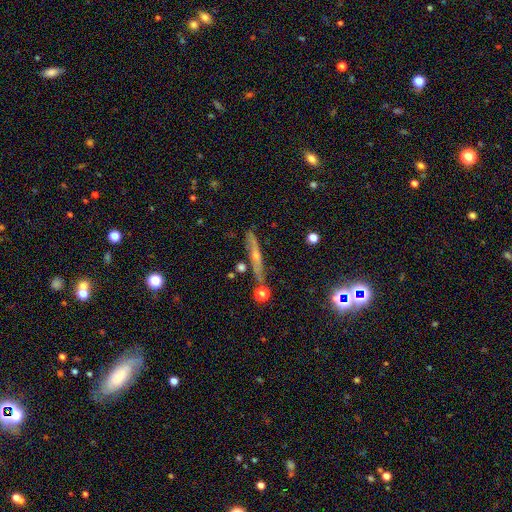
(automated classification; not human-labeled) Smooth or featured? featured or disk (60%)
Edge-on disk? yes (89%)
Edge-on bulge? rounded (74%)
Merging? none (77%)